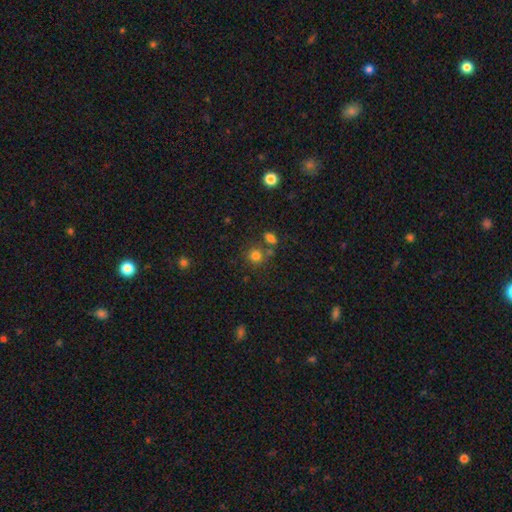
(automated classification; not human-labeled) smooth-or-featured: smooth: 77% | star or artifact: 16% | featured or disk: 7%
  how-rounded: round: 87% | in between: 12% | cigar-shaped: 1%
  merging: none: 68% | merger: 18% | minor disturbance: 10% | major disturbance: 4%